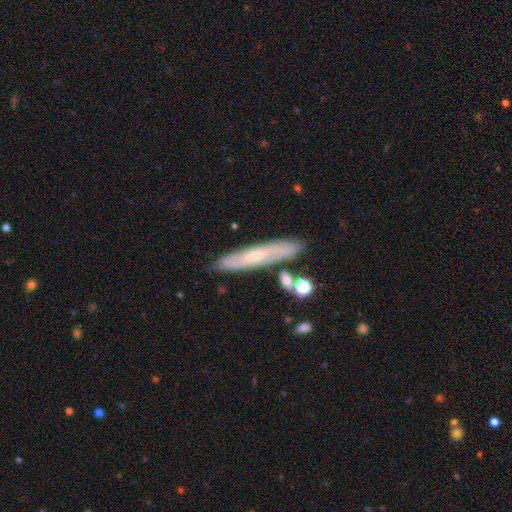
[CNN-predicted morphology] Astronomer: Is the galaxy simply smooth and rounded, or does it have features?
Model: featured or disk — 53% (runner-up: smooth, 39%).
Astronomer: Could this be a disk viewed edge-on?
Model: yes — 62% (runner-up: no, 38%).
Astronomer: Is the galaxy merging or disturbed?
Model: none — 78%.